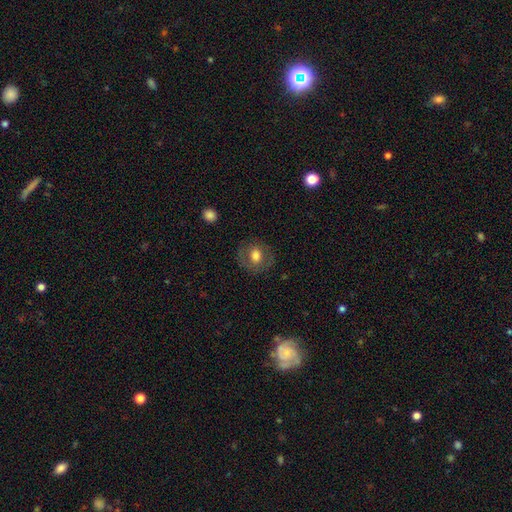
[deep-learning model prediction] Smooth or featured? Predicted: smooth (p=0.64). How rounded? Predicted: round (p=0.76). Merging? Predicted: none (p=0.81).